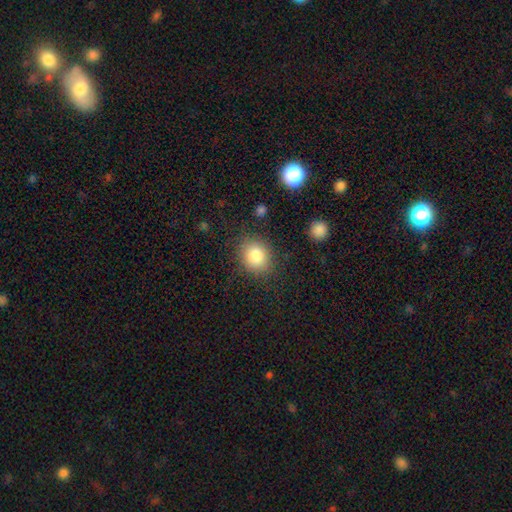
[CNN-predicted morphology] Overall: smooth (85%). How rounded: round (65%; in between 34%). Merging: none (83%).